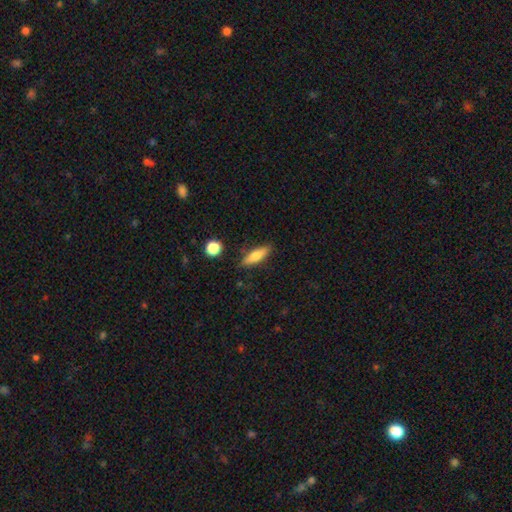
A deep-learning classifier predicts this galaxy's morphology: Smooth or featured: smooth — 72% (featured or disk — 21%)
How rounded: cigar-shaped — 55% (in between — 43%)
Merging: none — 84% (minor disturbance — 11%)